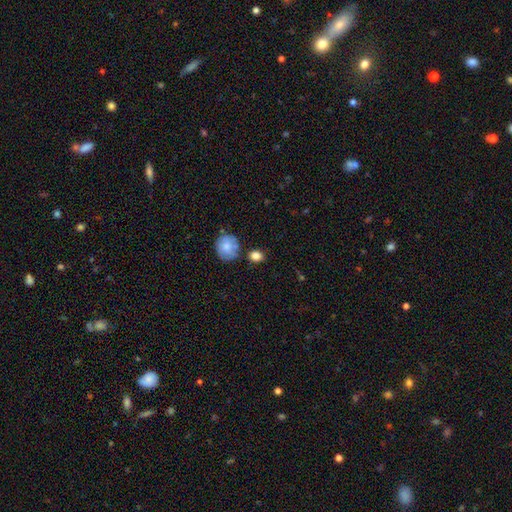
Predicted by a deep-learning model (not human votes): smooth 84%, star or artifact 9%, featured or disk 7%. Down the decision tree: how rounded — round (63%); merging — none (72%).